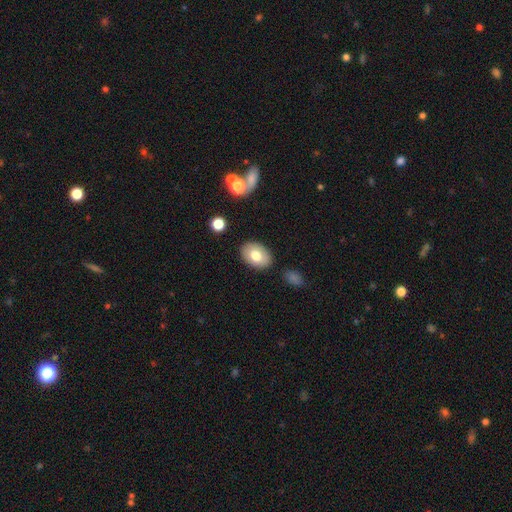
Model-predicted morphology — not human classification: Smooth or featured?
  - smooth: 75% *
  - featured or disk: 18%
  - star or artifact: 7%
How rounded?
  - in between: 83% *
  - round: 16%
  - cigar-shaped: 1%
Merging?
  - none: 84% *
  - minor disturbance: 11%
  - major disturbance: 3%
  - merger: 3%